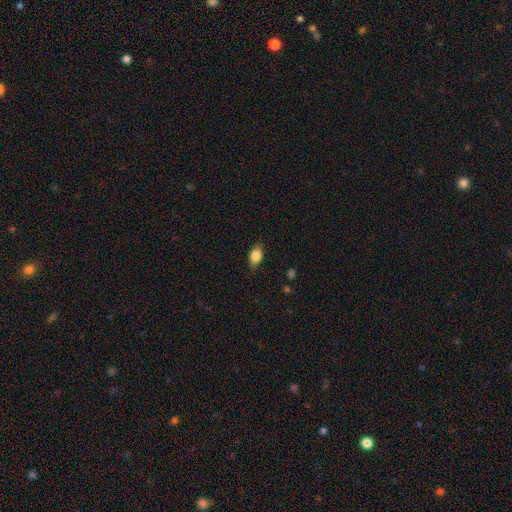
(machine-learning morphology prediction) Smooth or featured: smooth — 82% (featured or disk — 10%)
How rounded: in between — 84% (round — 11%)
Merging: none — 81% (minor disturbance — 15%)